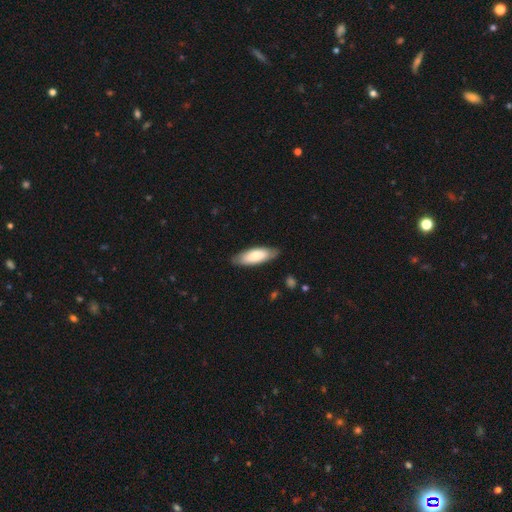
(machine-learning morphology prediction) smooth-or-featured: smooth: 70% | featured or disk: 25% | star or artifact: 5%
  how-rounded: in between: 69% | cigar-shaped: 29% | round: 2%
  merging: none: 83% | minor disturbance: 13% | major disturbance: 3% | merger: 1%